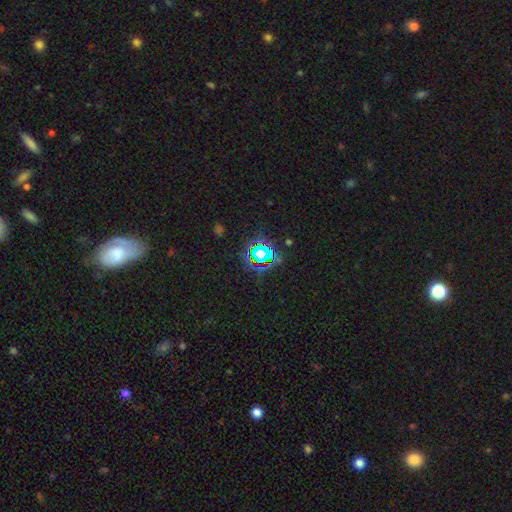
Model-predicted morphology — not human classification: smooth_or_featured: star or artifact (p=0.73) [alt: smooth p=0.16]